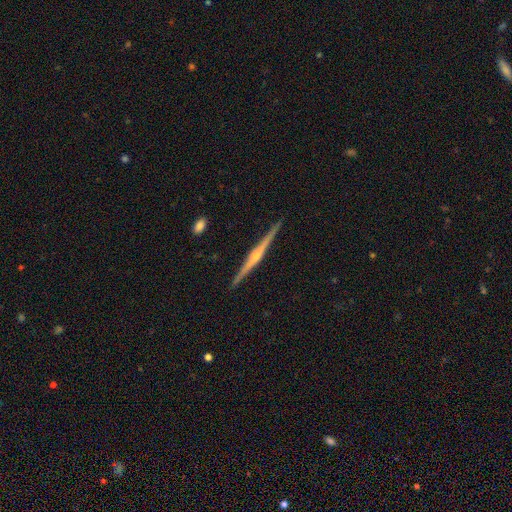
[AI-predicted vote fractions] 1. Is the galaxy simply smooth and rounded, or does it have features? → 84% featured or disk, 11% smooth, 5% star or artifact.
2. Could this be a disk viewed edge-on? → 99% yes, 1% no.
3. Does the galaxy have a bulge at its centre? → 85% rounded, 9% none, 6% boxy.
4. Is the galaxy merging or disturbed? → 92% none, 6% minor disturbance, 1% major disturbance, 1% merger.